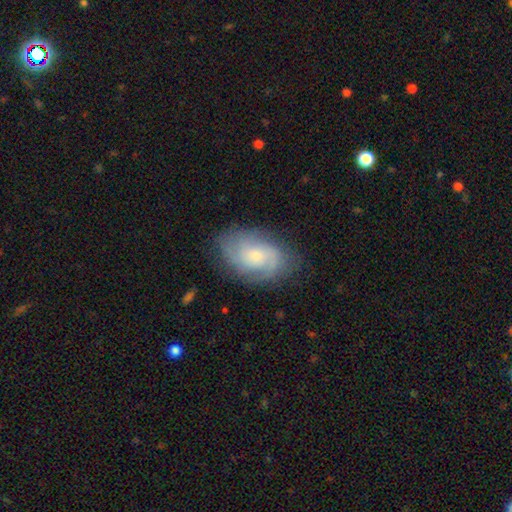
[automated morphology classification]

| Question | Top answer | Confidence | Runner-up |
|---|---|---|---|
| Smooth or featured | featured or disk | 70% | smooth (24%) |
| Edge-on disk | no | 97% | yes (3%) |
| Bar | no | 68% | weak (29%) |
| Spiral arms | yes | 92% | no (8%) |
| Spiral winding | tight | 43% | medium (42%) |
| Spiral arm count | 2 | 44% | can't tell (28%) |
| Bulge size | small | 53% | moderate (37%) |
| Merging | none | 75% | minor disturbance (17%) |